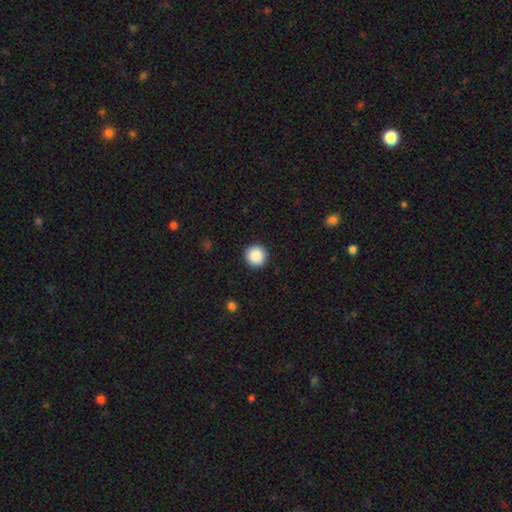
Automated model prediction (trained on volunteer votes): smooth_or_featured: smooth (p=0.89) [alt: star or artifact p=0.09]
how_rounded: round (p=0.96) [alt: in between p=0.03]
merging: none (p=0.93) [alt: minor disturbance p=0.05]